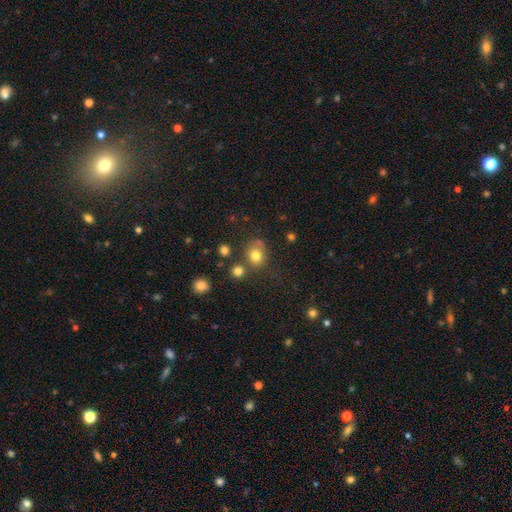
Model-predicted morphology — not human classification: This appears to be a smooth galaxy with no disk features (78%) that is round (72%). Merging: none (62%).